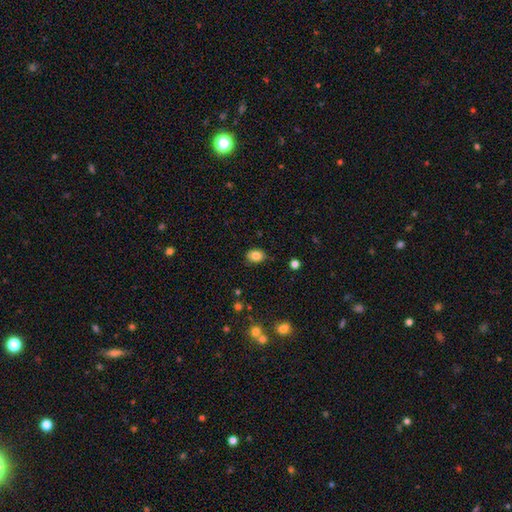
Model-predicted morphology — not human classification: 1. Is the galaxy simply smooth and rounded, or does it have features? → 83% smooth, 10% star or artifact, 7% featured or disk.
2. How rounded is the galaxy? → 62% in between, 37% round, 1% cigar-shaped.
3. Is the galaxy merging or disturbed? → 82% none, 14% minor disturbance, 2% major disturbance, 1% merger.